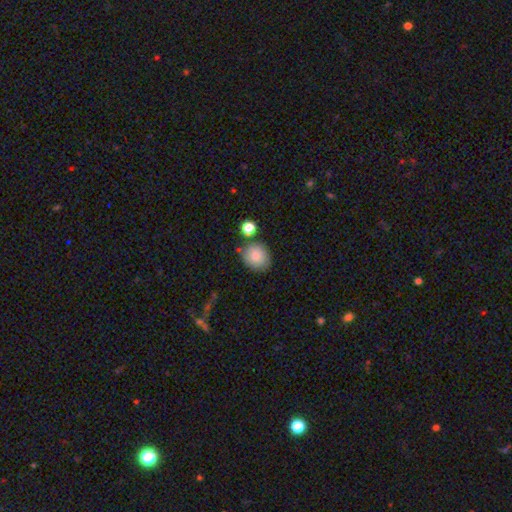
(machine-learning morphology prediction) smooth-or-featured: smooth: 83% | featured or disk: 9% | star or artifact: 8%
  how-rounded: round: 67% | in between: 32% | cigar-shaped: 1%
  merging: none: 72% | minor disturbance: 15% | merger: 9% | major disturbance: 4%